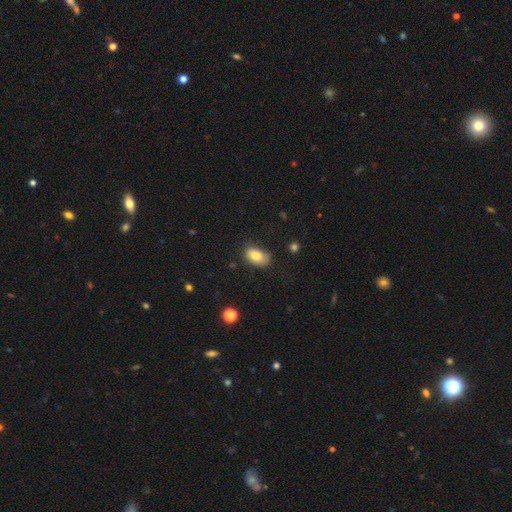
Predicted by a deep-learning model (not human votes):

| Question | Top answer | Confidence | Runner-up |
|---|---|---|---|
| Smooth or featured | smooth | 81% | featured or disk (11%) |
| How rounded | in between | 90% | round (8%) |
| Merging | none | 69% | minor disturbance (24%) |